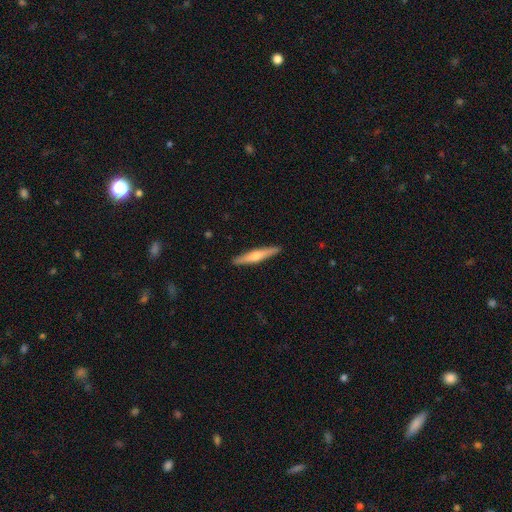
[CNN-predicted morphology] Smooth or featured? featured or disk (51%)
Edge-on disk? yes (96%)
Merging? none (91%)